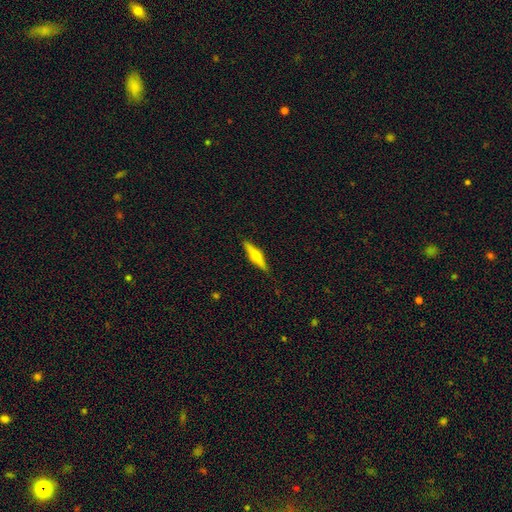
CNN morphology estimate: smooth_or_featured: featured or disk (p=0.50) [alt: smooth p=0.44]
disk_edge_on: yes (p=0.95) [alt: no p=0.05]
merging: none (p=0.87) [alt: minor disturbance p=0.10]